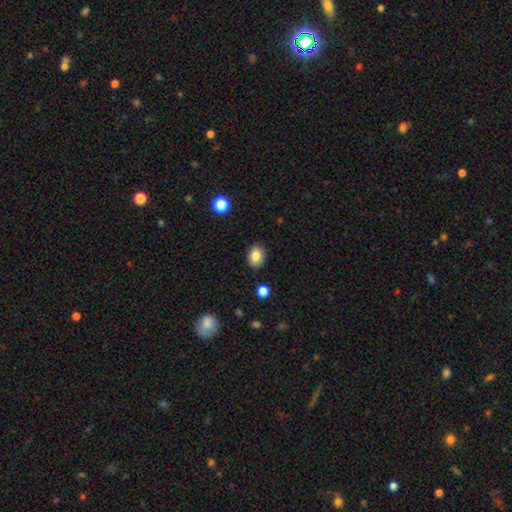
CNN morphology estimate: This appears to be a smooth galaxy with no disk features (83%) that is in between round and cigar-shaped (65%). Merging: none (88%).